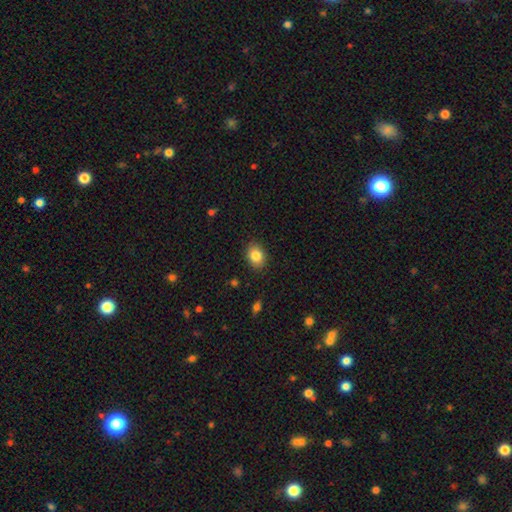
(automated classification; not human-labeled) Smooth or featured?
  - smooth: 85% *
  - star or artifact: 9%
  - featured or disk: 7%
How rounded?
  - in between: 62% *
  - round: 37%
  - cigar-shaped: 1%
Merging?
  - none: 88% *
  - minor disturbance: 9%
  - major disturbance: 2%
  - merger: 1%